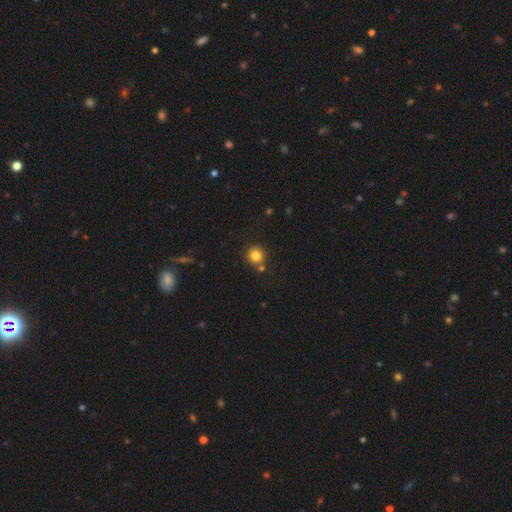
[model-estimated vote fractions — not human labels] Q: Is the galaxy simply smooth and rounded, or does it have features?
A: smooth — 81%.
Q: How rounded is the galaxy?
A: round — 91%.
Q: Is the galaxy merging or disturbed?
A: none — 79%.